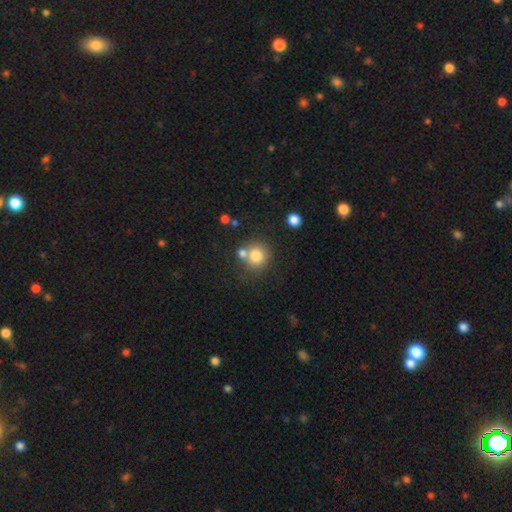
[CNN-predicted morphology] Smooth or featured?
  - smooth: 79% *
  - star or artifact: 12%
  - featured or disk: 10%
How rounded?
  - round: 90% *
  - in between: 9%
  - cigar-shaped: 1%
Merging?
  - none: 63% *
  - merger: 23%
  - minor disturbance: 10%
  - major disturbance: 4%